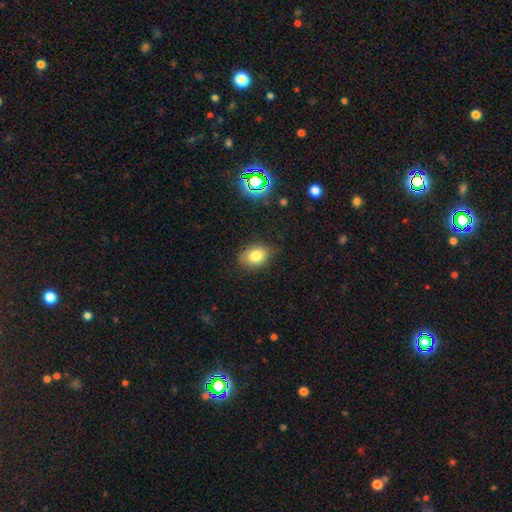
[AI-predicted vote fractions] Morphology: type=smooth (80%); roundness=in between (72%); merging=none (78%).